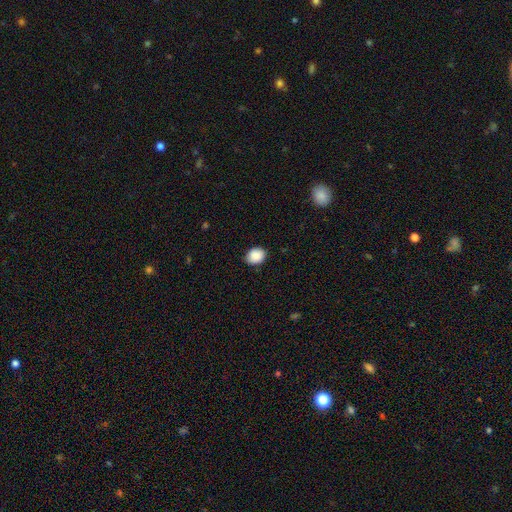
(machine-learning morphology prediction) smooth 88%, star or artifact 8%, featured or disk 4%. Down the decision tree: how rounded — round (54%); merging — none (86%).